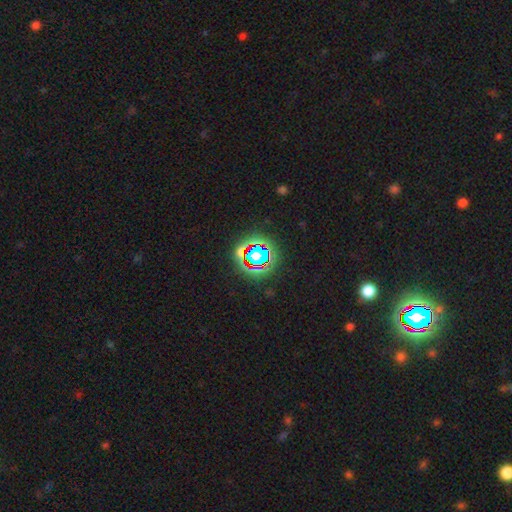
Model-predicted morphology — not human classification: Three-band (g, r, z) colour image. It shows a star or artifact, not a galaxy (66%).